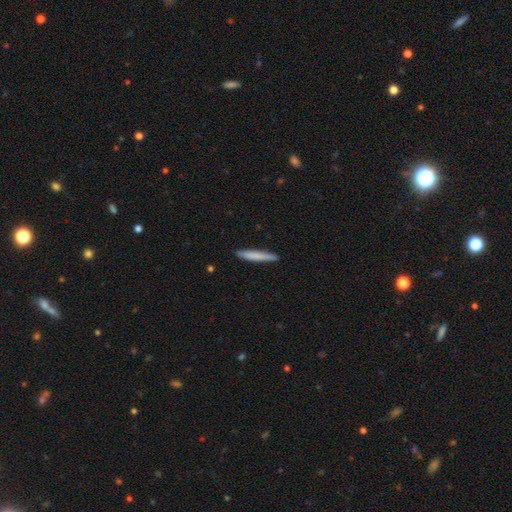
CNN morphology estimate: smooth 76%, featured or disk 19%, star or artifact 6%. Down the decision tree: how rounded — cigar-shaped (95%); merging — none (90%).